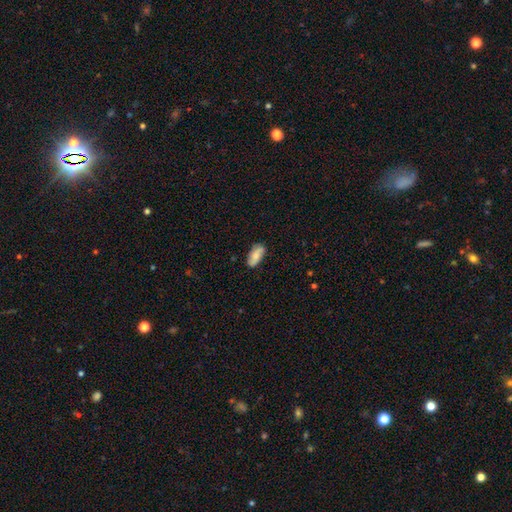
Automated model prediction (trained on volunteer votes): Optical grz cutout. It shows a smooth galaxy with no disk features (68%) that is in between round and cigar-shaped (88%). Merging: none (78%).